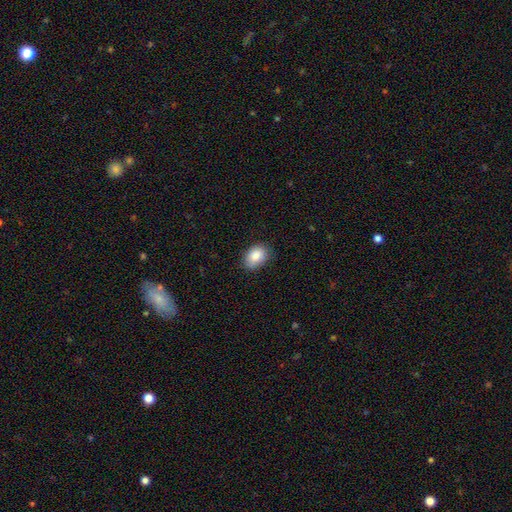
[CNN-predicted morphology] type=smooth (87%); roundness=in between (80%); merging=none (76%).